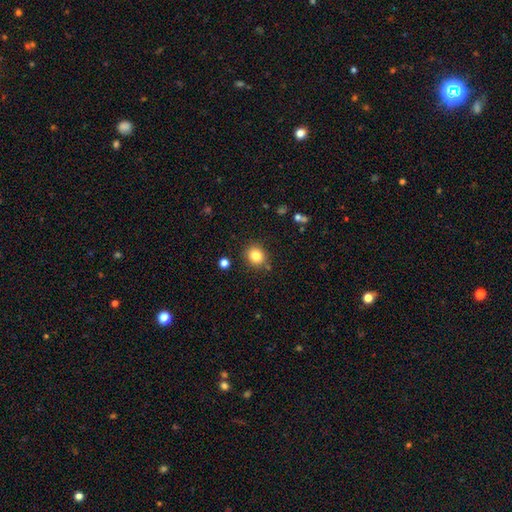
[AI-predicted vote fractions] Smooth or featured? smooth (82%)
How rounded? round (80%)
Merging? none (84%)